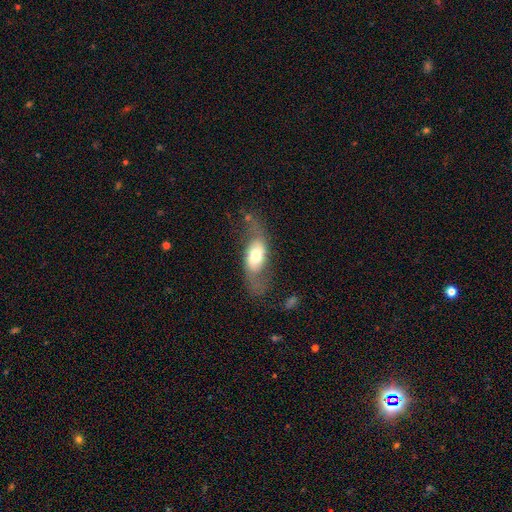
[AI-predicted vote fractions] This appears to be a featured or disk galaxy (51%). Merging: none (50%).